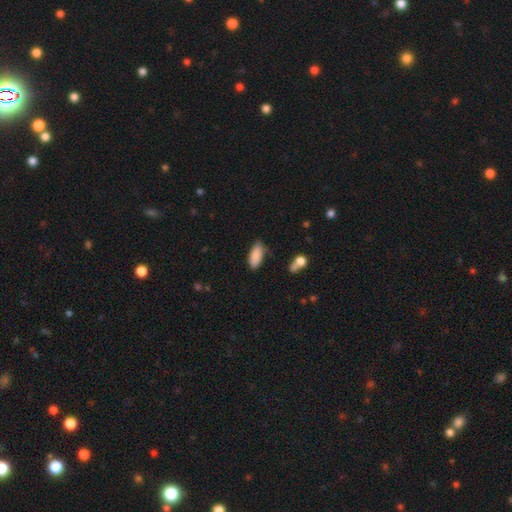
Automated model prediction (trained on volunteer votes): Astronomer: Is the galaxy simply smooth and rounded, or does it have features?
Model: smooth — 87%.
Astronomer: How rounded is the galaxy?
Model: in between — 86%.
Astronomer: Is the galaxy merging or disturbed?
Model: none — 74%.